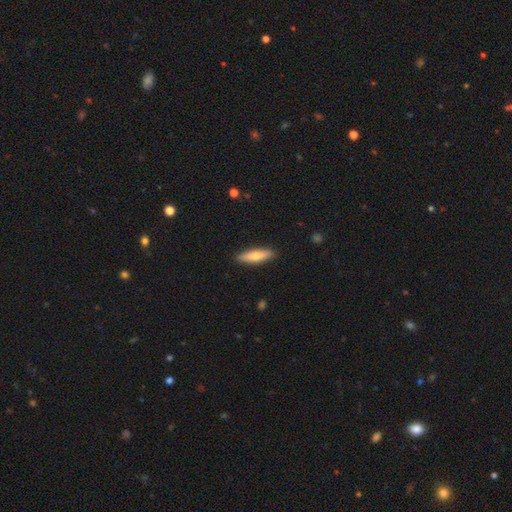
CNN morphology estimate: smooth-or-featured: smooth: 64% | featured or disk: 30% | star or artifact: 6%
  how-rounded: cigar-shaped: 64% | in between: 34% | round: 2%
  merging: none: 89% | minor disturbance: 8% | major disturbance: 2% | merger: 1%